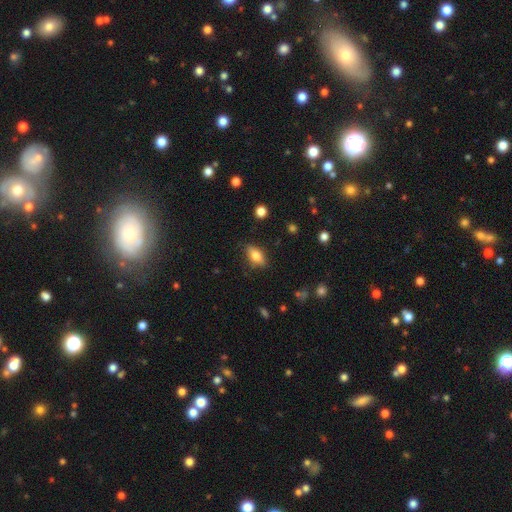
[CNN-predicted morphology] This is likely a smooth galaxy (70%). How rounded: clearly in between (81%). Merging: clearly none (81%).